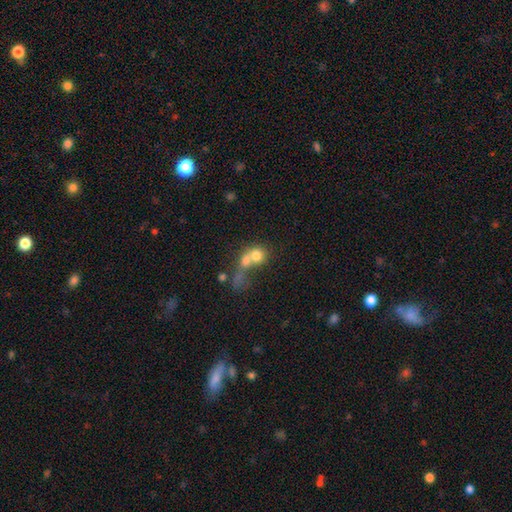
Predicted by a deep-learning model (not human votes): The model was most divided on "merging": merger: 66%, none: 19%, major disturbance: 9%, minor disturbance: 6%. More confident: how rounded — round (73%); smooth or featured — smooth (69%).